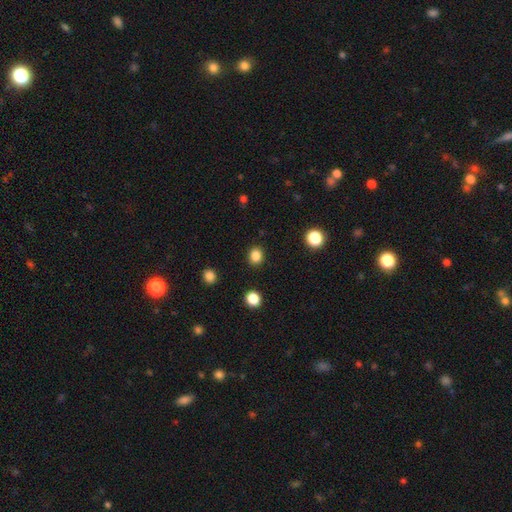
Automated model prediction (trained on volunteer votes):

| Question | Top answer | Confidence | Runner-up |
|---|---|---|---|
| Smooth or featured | smooth | 84% | star or artifact (12%) |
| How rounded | round | 74% | in between (25%) |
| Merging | none | 90% | minor disturbance (6%) |